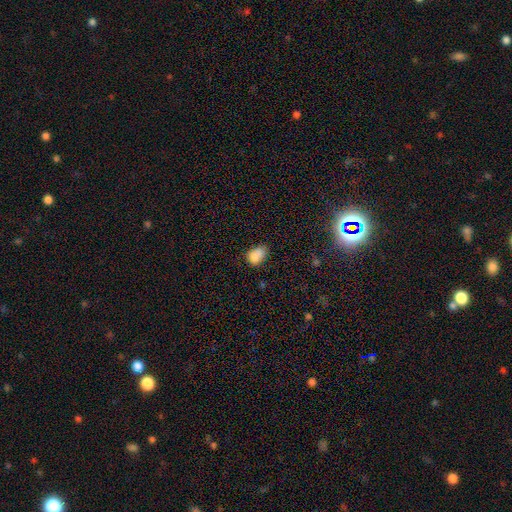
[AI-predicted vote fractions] smooth-or-featured: smooth: 84% | star or artifact: 10% | featured or disk: 6%
  how-rounded: in between: 83% | round: 15% | cigar-shaped: 1%
  merging: none: 53% | minor disturbance: 33% | major disturbance: 8% | merger: 6%